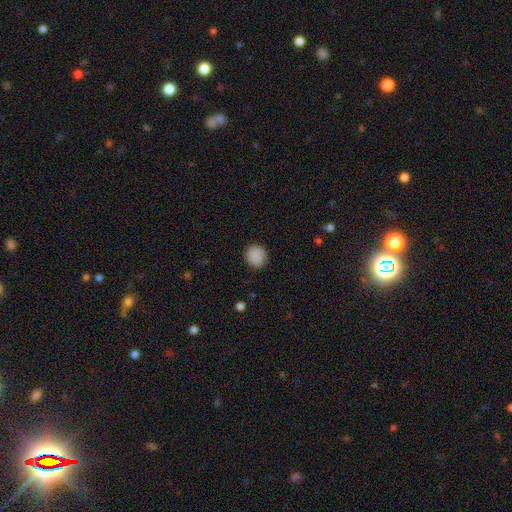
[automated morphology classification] This is clearly a smooth galaxy (88%). How rounded: clearly round (88%). Merging: clearly none (88%).